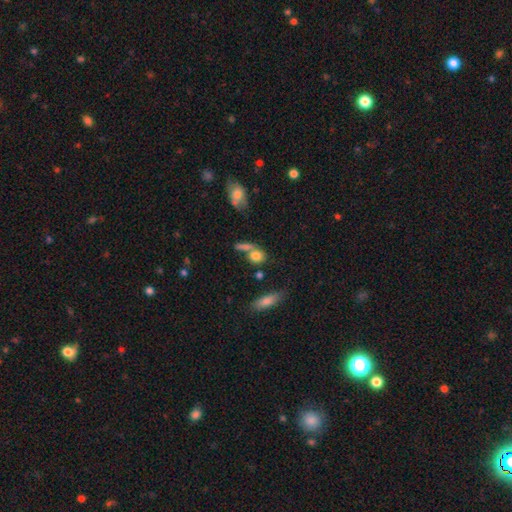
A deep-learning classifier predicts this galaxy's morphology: Smooth or featured? smooth (78%)
How rounded? round (55%)
Merging? none (49%)